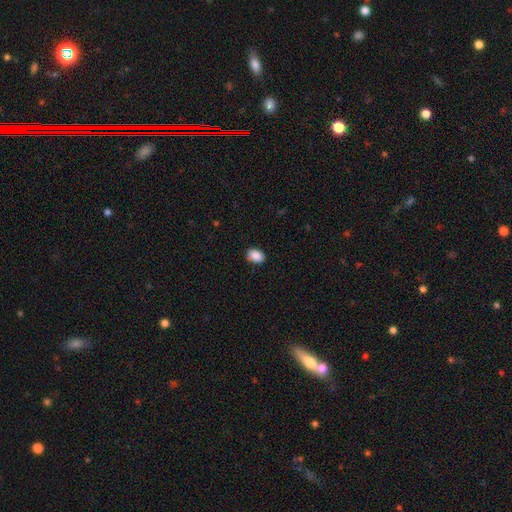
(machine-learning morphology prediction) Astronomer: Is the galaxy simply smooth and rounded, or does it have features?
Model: smooth — 89%.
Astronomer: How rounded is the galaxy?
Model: in between — 78%.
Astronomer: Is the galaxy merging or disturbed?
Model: none — 86%.